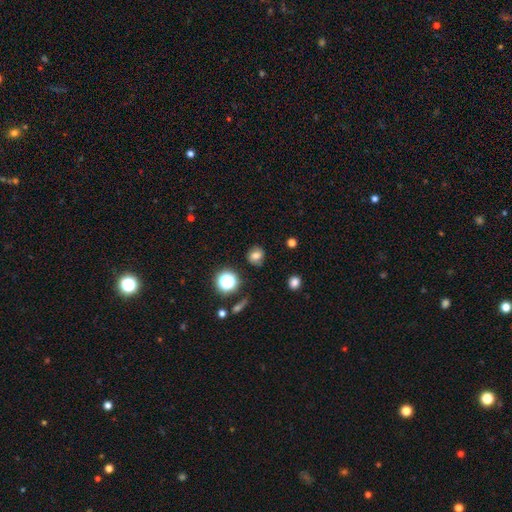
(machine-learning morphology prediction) The model was most divided on "smooth or featured": smooth: 71%, star or artifact: 17%, featured or disk: 12%. More confident: merging — none (81%); how rounded — round (78%).